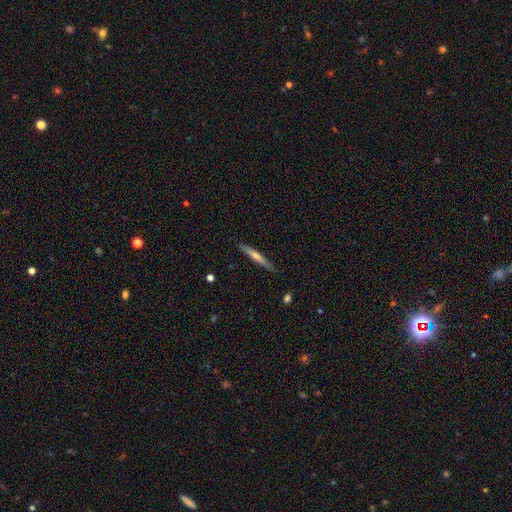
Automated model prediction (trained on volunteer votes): A featured or disk galaxy (51%) viewed edge-on (96%). Merging: none (90%).